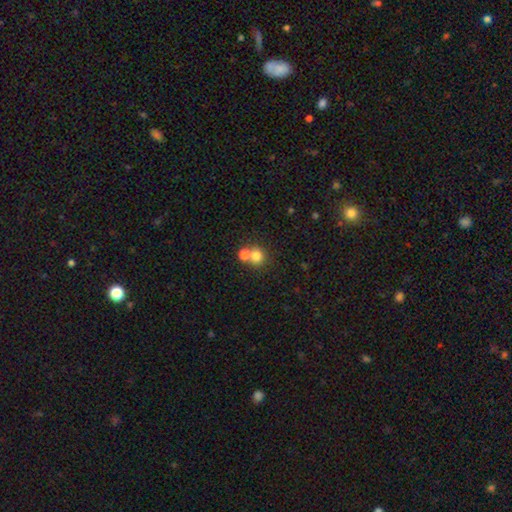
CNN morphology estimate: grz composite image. It shows a smooth galaxy with no disk features (78%) that is round (84%). Merging: none (50%).